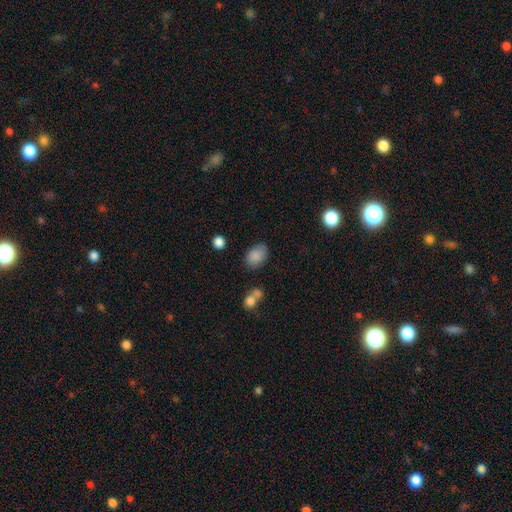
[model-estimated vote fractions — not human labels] Smooth or featured? Predicted: smooth (p=0.86). How rounded? Predicted: in between (p=0.84). Merging? Predicted: none (p=0.73).